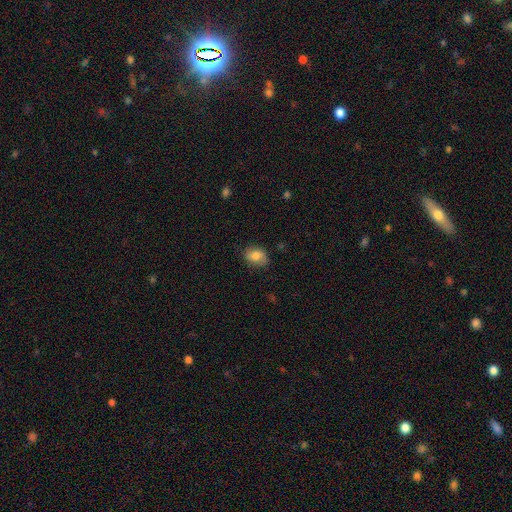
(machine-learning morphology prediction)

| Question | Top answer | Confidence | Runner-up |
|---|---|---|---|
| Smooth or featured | smooth | 79% | featured or disk (13%) |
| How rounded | in between | 75% | round (24%) |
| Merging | none | 73% | minor disturbance (21%) |